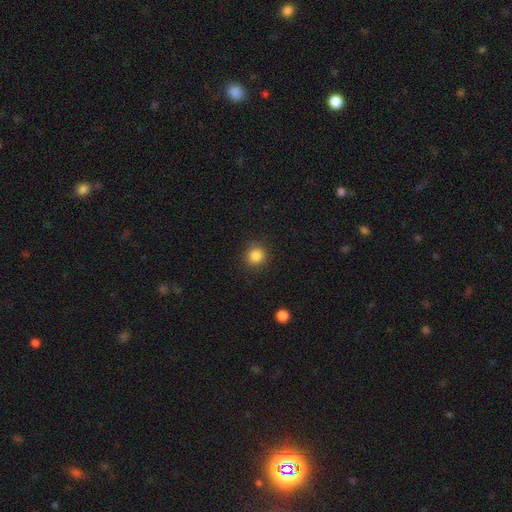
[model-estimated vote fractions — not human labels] smooth_or_featured: smooth (p=0.86) [alt: star or artifact p=0.11]
how_rounded: round (p=0.91) [alt: in between p=0.08]
merging: none (p=0.88) [alt: minor disturbance p=0.08]